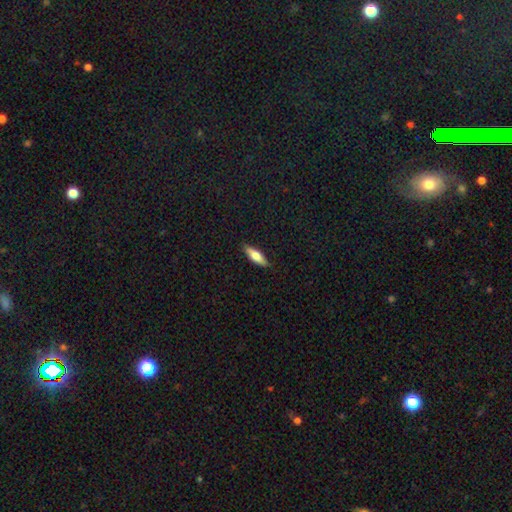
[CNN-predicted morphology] Smooth or featured? smooth (61%)
How rounded? cigar-shaped (53%)
Merging? none (87%)